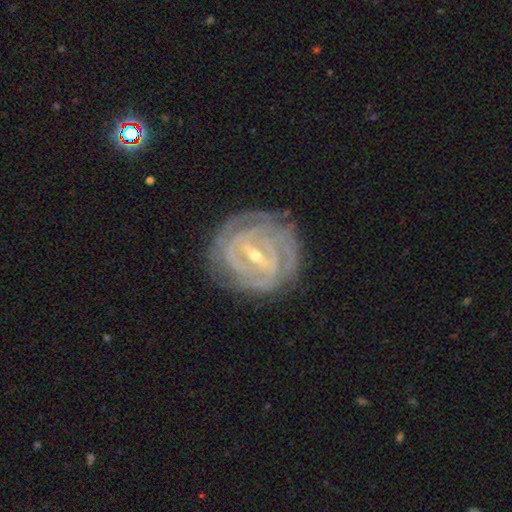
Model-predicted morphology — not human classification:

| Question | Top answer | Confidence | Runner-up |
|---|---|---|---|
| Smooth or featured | featured or disk | 89% | smooth (6%) |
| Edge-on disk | no | 95% | yes (5%) |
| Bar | strong | 62% | weak (30%) |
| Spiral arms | yes | 94% | no (6%) |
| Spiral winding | tight | 82% | medium (15%) |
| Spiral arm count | can't tell | 33% | 2 (20%) |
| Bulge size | small | 61% | moderate (36%) |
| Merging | none | 80% | minor disturbance (14%) |